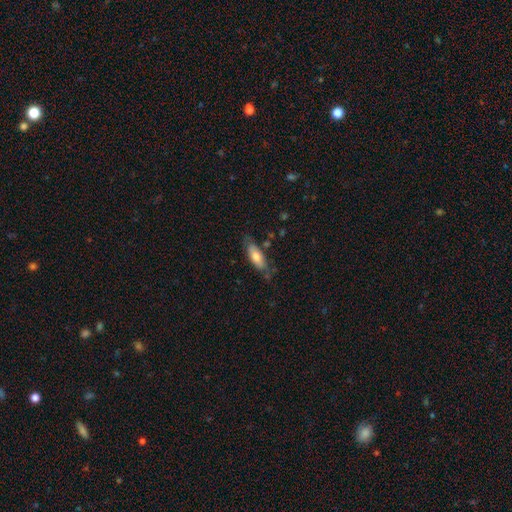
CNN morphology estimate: smooth 59%, featured or disk 33%, star or artifact 8%. Down the decision tree: how rounded — in between (61%); merging — none (67%).